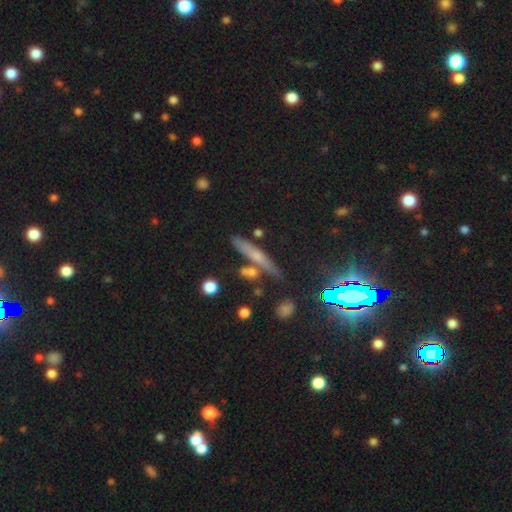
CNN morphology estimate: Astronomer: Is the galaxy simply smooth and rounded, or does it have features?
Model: smooth — 47% (runner-up: featured or disk, 34%).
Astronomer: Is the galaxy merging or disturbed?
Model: none — 73%.